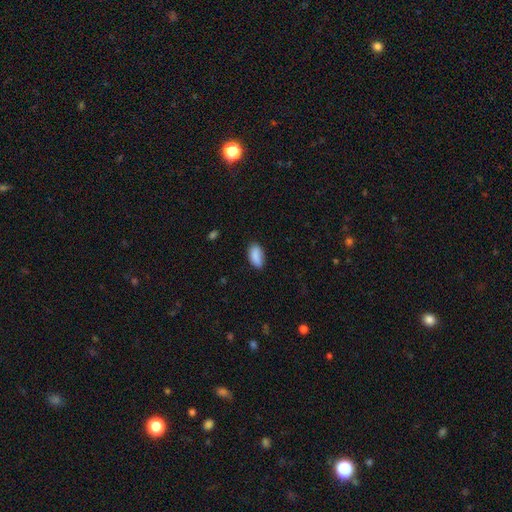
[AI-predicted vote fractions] Smooth or featured: smooth — 87% (star or artifact — 7%)
How rounded: in between — 91% (cigar-shaped — 6%)
Merging: none — 76% (minor disturbance — 19%)